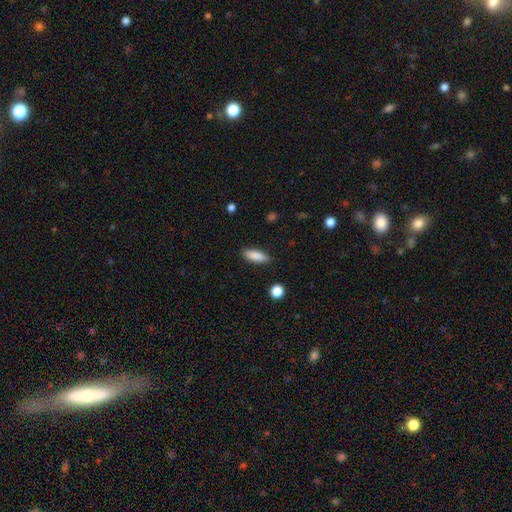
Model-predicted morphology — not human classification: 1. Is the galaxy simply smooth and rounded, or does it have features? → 86% smooth, 7% featured or disk, 7% star or artifact.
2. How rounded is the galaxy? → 66% in between, 32% cigar-shaped, 2% round.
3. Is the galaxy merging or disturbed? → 84% none, 12% minor disturbance, 3% major disturbance, 1% merger.